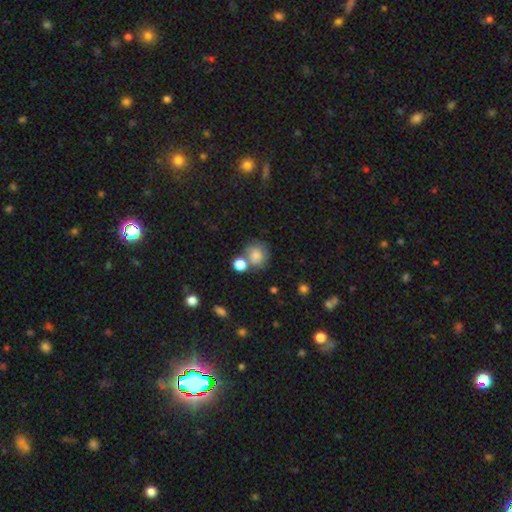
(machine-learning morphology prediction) The model was most divided on "merging": none: 48%, merger: 29%, minor disturbance: 16%, major disturbance: 8%. More confident: how rounded — round (79%); smooth or featured — smooth (73%).